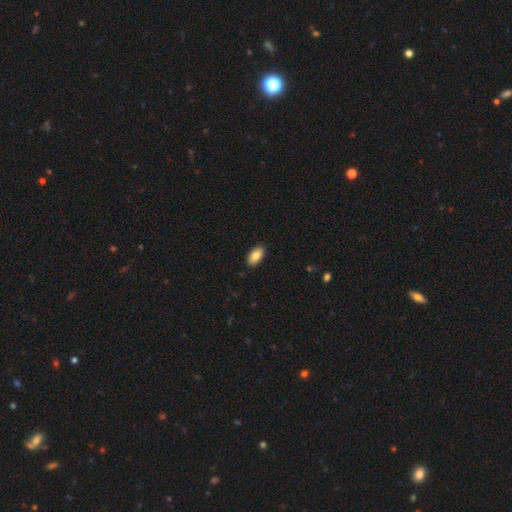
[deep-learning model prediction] This is clearly a smooth galaxy (85%). How rounded: clearly in between (94%). Merging: clearly none (90%).